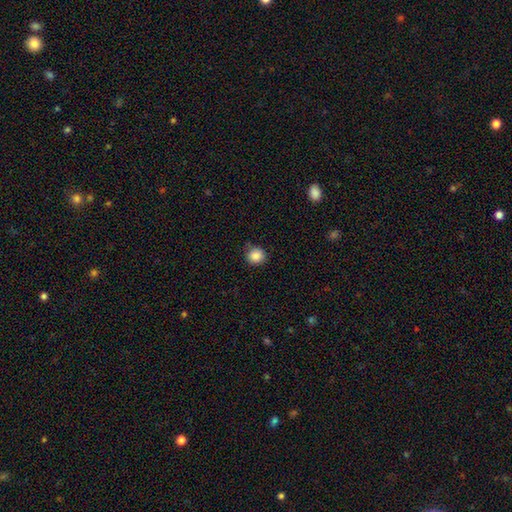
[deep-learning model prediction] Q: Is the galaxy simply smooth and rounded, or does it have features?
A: smooth — 86%.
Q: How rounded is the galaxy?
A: round — 88%.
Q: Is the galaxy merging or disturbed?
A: none — 80%.